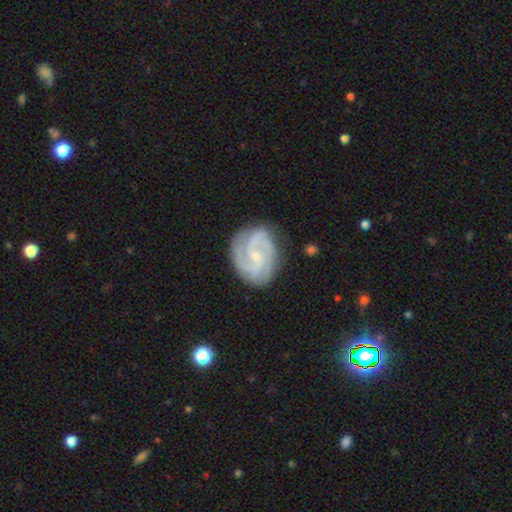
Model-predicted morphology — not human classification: smooth-or-featured: featured or disk: 90% | smooth: 5% | star or artifact: 5%
  disk-edge-on: no: 98% | yes: 2%
    bar: no: 46% | weak: 42% | strong: 12%
    has-spiral-arms: yes: 98% | no: 2%
      spiral-winding: tight: 48% | medium: 44% | loose: 8%
      spiral-arm-count: 2: 52% | 3: 31% | can't tell: 6% | 4: 4% | 1: 3% | more than 4: 3%
    bulge-size: small: 74% | moderate: 20% | none: 5% | large: 1% | dominant: 1%
  merging: none: 81% | minor disturbance: 14% | major disturbance: 4% | merger: 1%